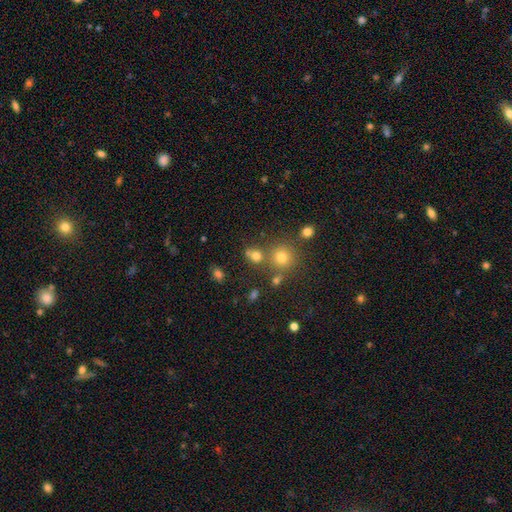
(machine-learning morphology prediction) Smooth or featured? smooth (72%)
How rounded? round (79%)
Merging? none (62%)